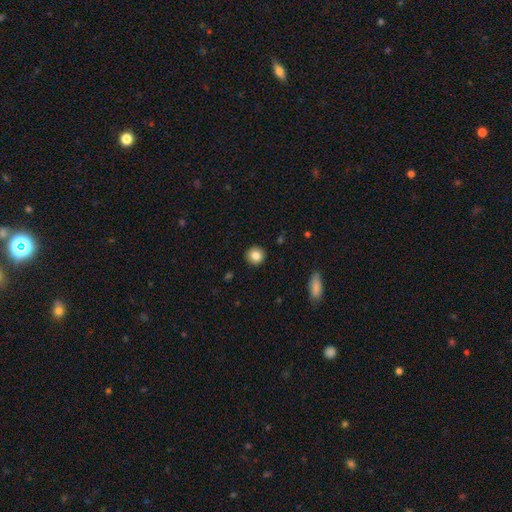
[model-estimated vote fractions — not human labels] smooth-or-featured: smooth: 84% | star or artifact: 9% | featured or disk: 7%
  how-rounded: round: 92% | in between: 7% | cigar-shaped: 1%
  merging: none: 92% | minor disturbance: 6% | major disturbance: 2% | merger: 1%